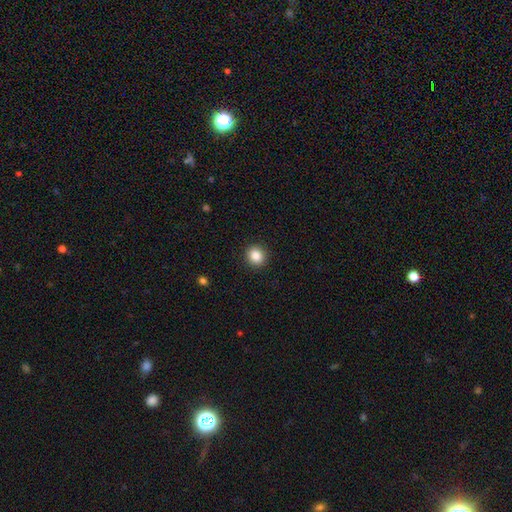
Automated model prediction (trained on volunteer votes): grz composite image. It shows a smooth galaxy with no disk features (85%) that is round (85%). Merging: none (92%).